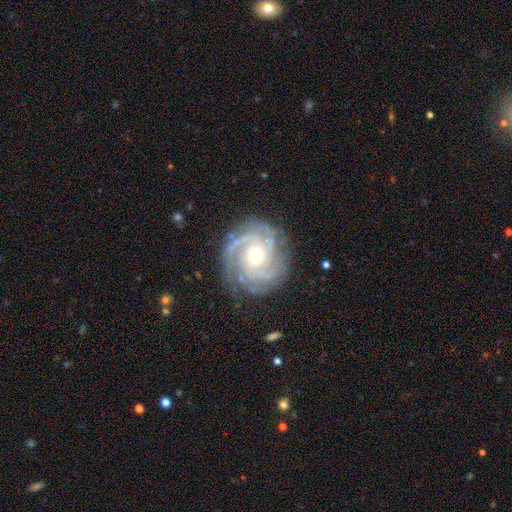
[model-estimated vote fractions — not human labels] featured or disk 90%, star or artifact 5%, smooth 4%. Down the decision tree: edge-on disk — no (98%); bar — no (75%); spiral arms — yes (98%); spiral arm count — 3 (32%); spiral winding — tight (69%); bulge size — small (62%); merging — none (80%).